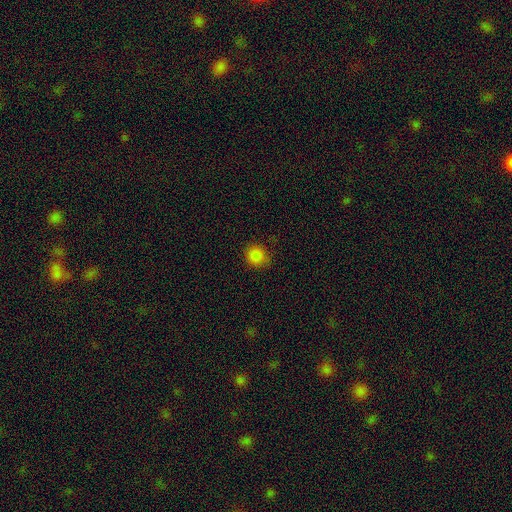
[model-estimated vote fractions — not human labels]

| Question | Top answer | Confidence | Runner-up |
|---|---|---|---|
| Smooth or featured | smooth | 85% | star or artifact (12%) |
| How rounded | round | 86% | in between (13%) |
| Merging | none | 82% | minor disturbance (13%) |